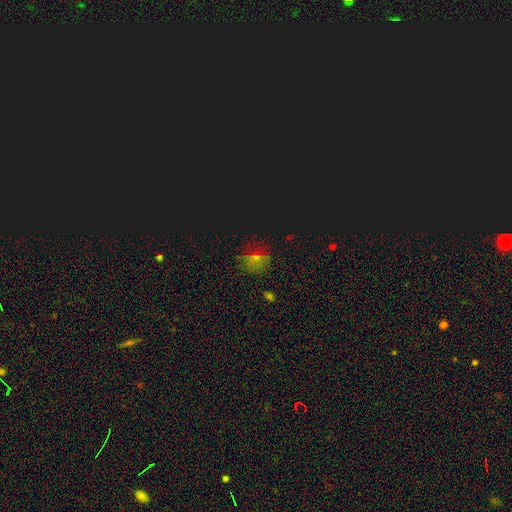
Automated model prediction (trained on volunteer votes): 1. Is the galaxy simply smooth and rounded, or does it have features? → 46% smooth, 44% star or artifact, 10% featured or disk.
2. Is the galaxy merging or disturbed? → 76% none, 15% minor disturbance, 6% major disturbance, 3% merger.